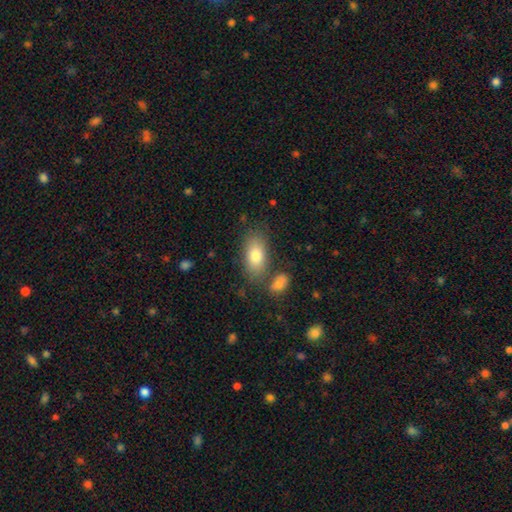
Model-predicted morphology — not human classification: This appears to be a smooth galaxy with no disk features (79%) that is in between round and cigar-shaped (90%). Merging: none (72%).